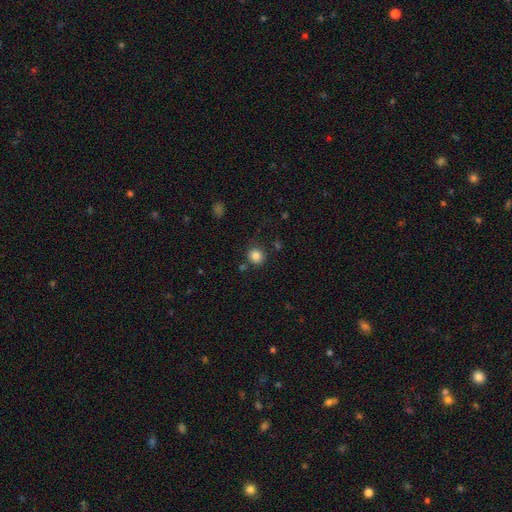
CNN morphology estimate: A smooth galaxy with no disk features (84%) that is round (89%).

Vote fractions:
- Smooth or featured? smooth: 84% / star or artifact: 11% / featured or disk: 4%
- How rounded? round: 89% / in between: 10% / cigar-shaped: 1%
- Merging? none: 82% / minor disturbance: 10% / merger: 5% / major disturbance: 3%